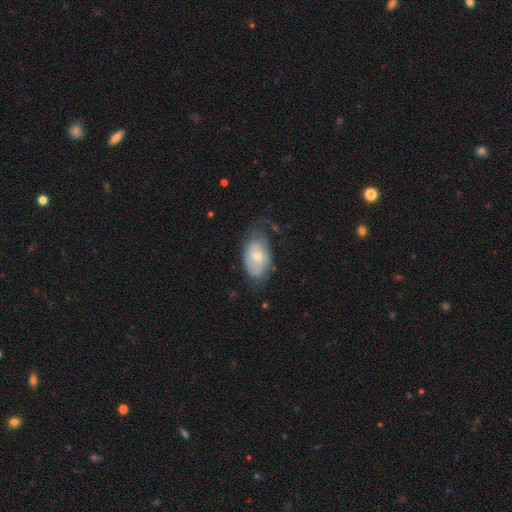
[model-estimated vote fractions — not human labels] smooth_or_featured: smooth (p=0.50) [alt: featured or disk p=0.43]
merging: none (p=0.49) [alt: minor disturbance p=0.33]